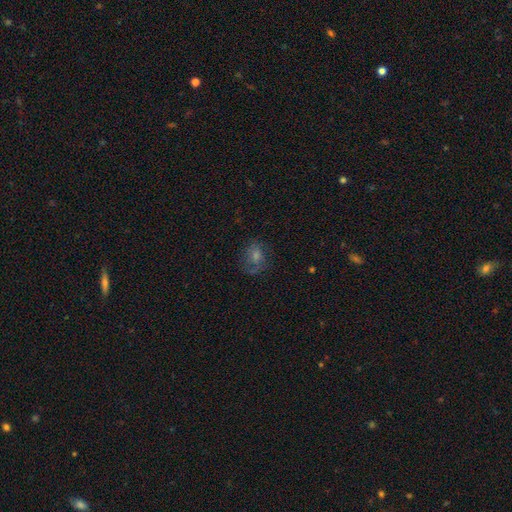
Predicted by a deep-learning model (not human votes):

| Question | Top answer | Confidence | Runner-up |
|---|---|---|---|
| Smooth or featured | featured or disk | 41% | smooth (38%) |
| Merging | none | 68% | minor disturbance (19%) |